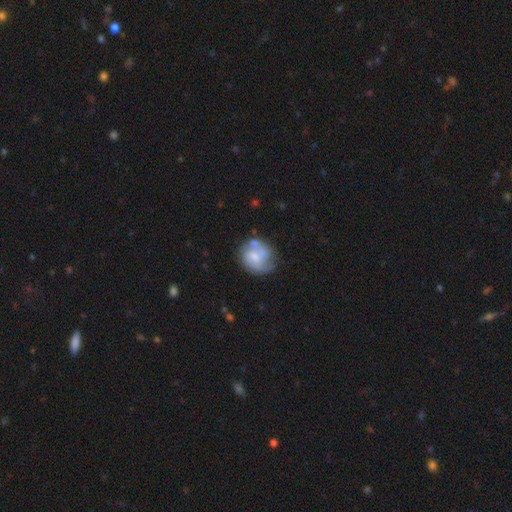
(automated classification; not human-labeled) Q: Smooth or featured?
A: smooth (47%); runner-up: featured or disk (46%)
Q: Merging?
A: none (48%); runner-up: minor disturbance (25%)